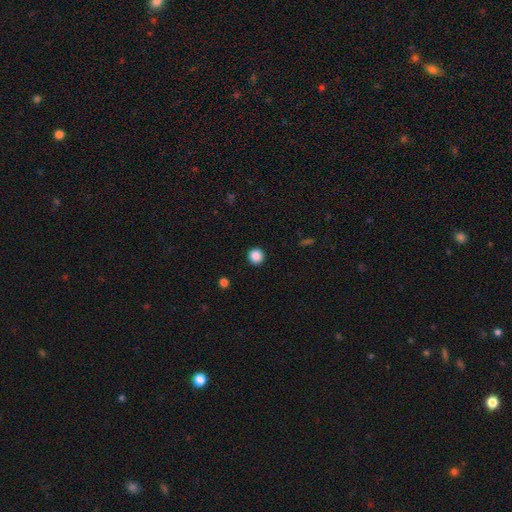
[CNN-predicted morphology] A smooth galaxy with no disk features (88%) that is round (95%). Merging: none (93%).